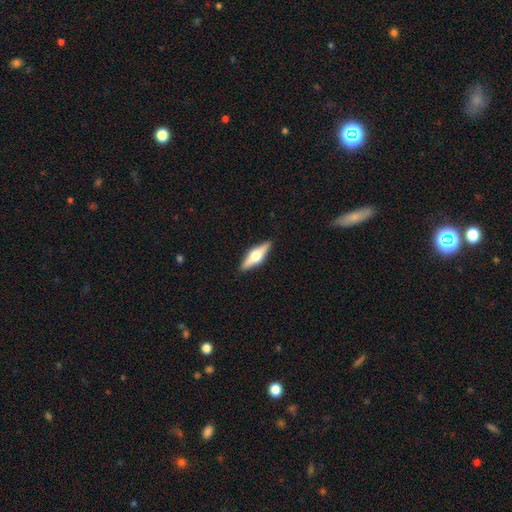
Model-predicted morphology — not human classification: Smooth or featured?
  - featured or disk: 62% *
  - smooth: 33%
  - star or artifact: 6%
Edge-on disk?
  - yes: 96% *
  - no: 4%
Edge-on bulge?
  - rounded: 93% *
  - boxy: 5%
  - none: 2%
Merging?
  - none: 90% *
  - minor disturbance: 8%
  - major disturbance: 2%
  - merger: 1%